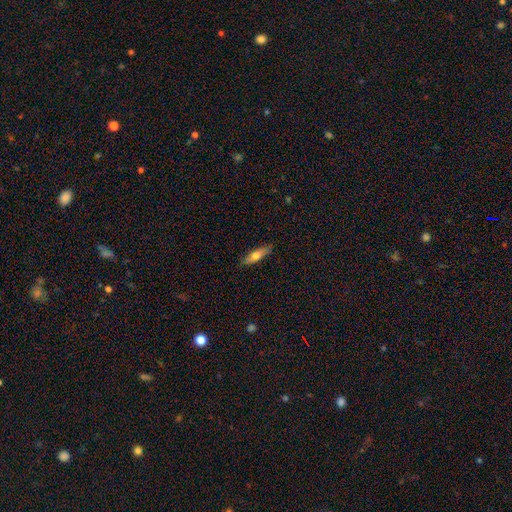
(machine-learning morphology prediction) smooth 62%, featured or disk 32%, star or artifact 6%. Down the decision tree: how rounded — cigar-shaped (64%); merging — none (87%).